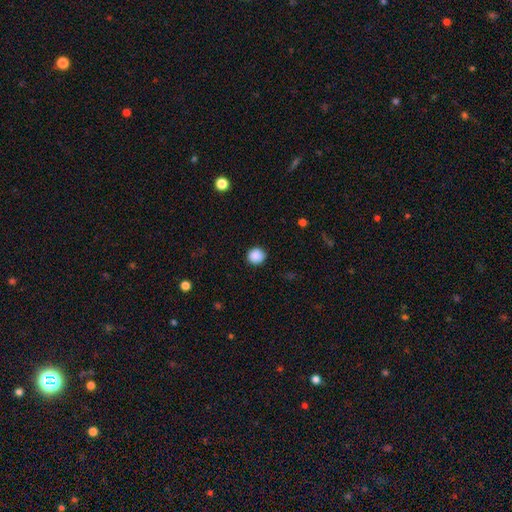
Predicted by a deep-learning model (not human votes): smooth_or_featured: smooth (p=0.88) [alt: star or artifact p=0.09]
how_rounded: round (p=0.92) [alt: in between p=0.07]
merging: none (p=0.90) [alt: minor disturbance p=0.07]